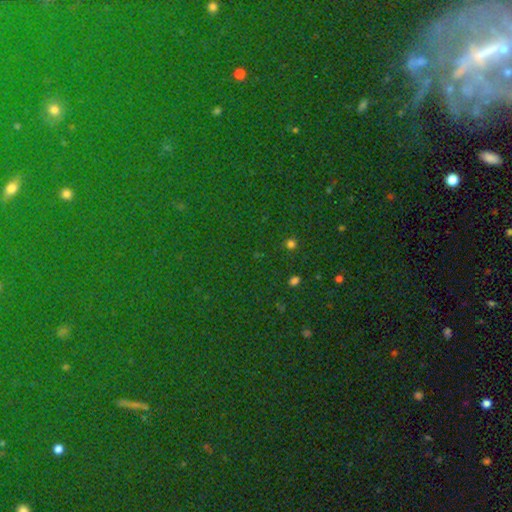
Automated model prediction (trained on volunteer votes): star or artifact 79%, smooth 11%, featured or disk 10%.